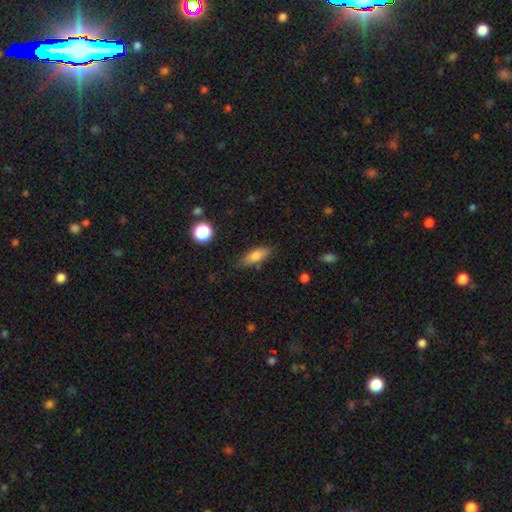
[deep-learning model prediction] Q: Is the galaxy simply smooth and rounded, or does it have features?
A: smooth — 78%.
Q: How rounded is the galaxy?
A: in between — 70%.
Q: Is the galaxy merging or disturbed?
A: none — 78%.